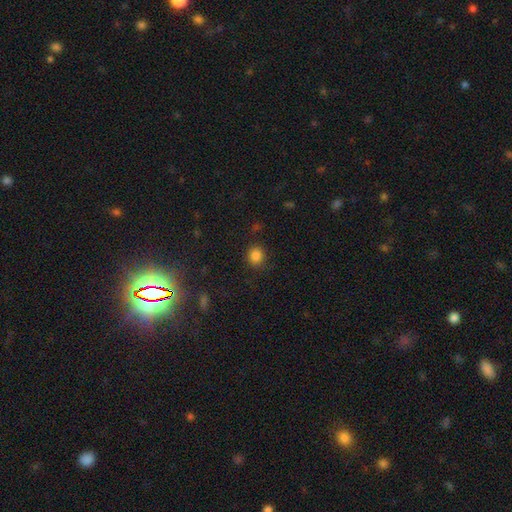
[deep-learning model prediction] Morphology: type=smooth (84%); roundness=round (83%); merging=none (85%).